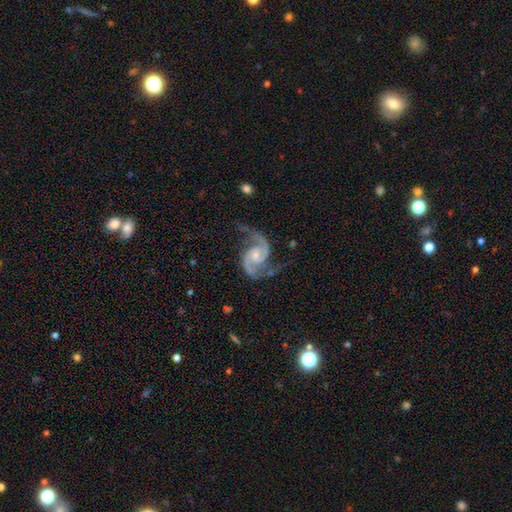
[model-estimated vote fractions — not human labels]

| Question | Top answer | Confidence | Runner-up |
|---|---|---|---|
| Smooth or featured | featured or disk | 93% | star or artifact (4%) |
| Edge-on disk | no | 98% | yes (2%) |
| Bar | no | 53% | weak (38%) |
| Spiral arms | yes | 98% | no (2%) |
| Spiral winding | medium | 59% | loose (25%) |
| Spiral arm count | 2 | 94% | 3 (2%) |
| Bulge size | small | 52% | moderate (37%) |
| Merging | none | 67% | minor disturbance (20%) |